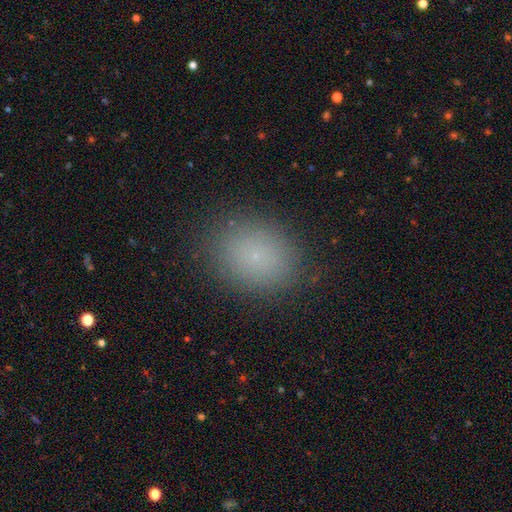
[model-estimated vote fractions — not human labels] smooth-or-featured: smooth: 77% | star or artifact: 15% | featured or disk: 8%
  how-rounded: in between: 52% | round: 47% | cigar-shaped: 1%
  merging: none: 87% | minor disturbance: 9% | major disturbance: 3% | merger: 1%